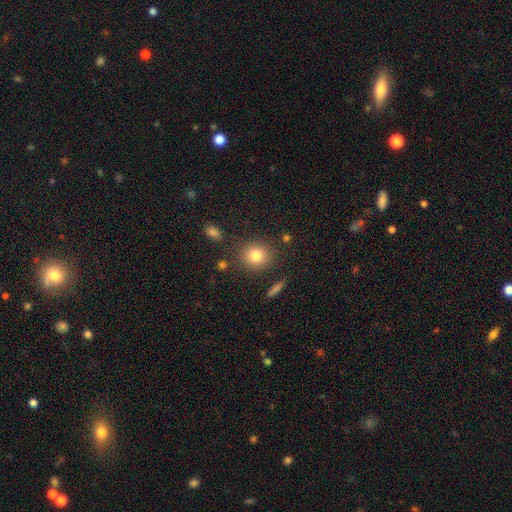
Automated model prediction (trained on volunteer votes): Overall: smooth (81%). How rounded: round (83%). Merging: none (84%).